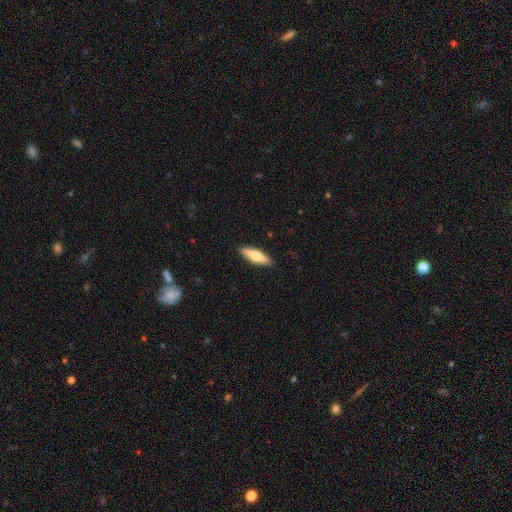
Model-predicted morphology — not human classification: Smooth or featured?
  - smooth: 65% *
  - featured or disk: 30%
  - star or artifact: 6%
How rounded?
  - cigar-shaped: 62% *
  - in between: 36%
  - round: 2%
Merging?
  - none: 90% *
  - minor disturbance: 7%
  - major disturbance: 2%
  - merger: 1%